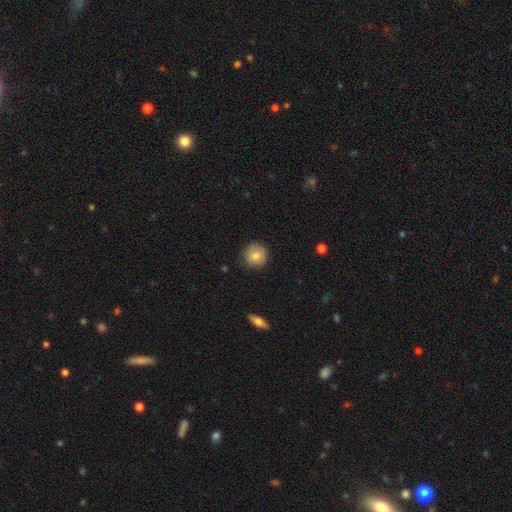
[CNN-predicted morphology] Smooth or featured: smooth — 79% (featured or disk — 13%)
How rounded: round — 92% (in between — 7%)
Merging: none — 82% (minor disturbance — 14%)